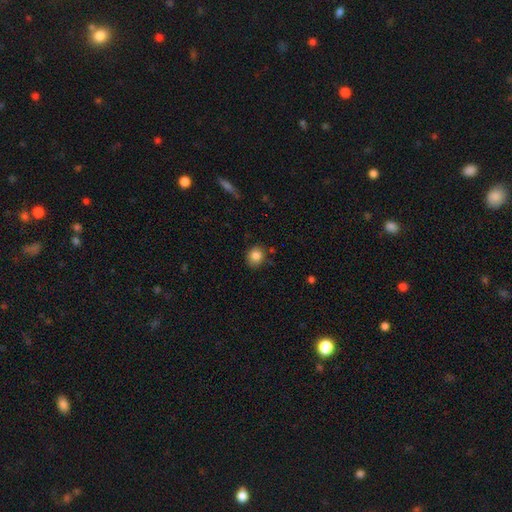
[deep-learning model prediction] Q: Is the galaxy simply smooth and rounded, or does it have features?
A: smooth — 84%.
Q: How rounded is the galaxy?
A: round — 82%.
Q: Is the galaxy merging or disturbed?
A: none — 82%.